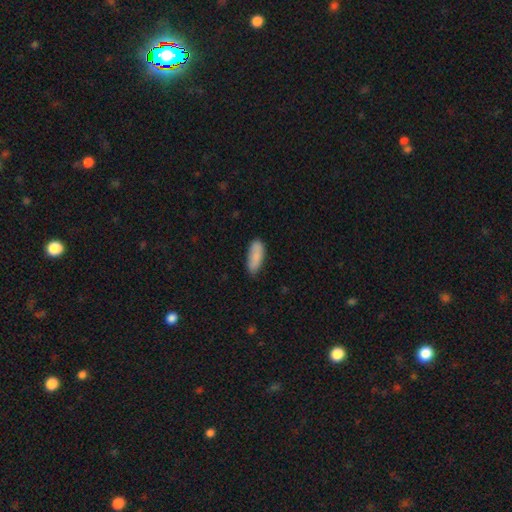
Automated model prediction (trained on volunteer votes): This is clearly a smooth galaxy (86%). How rounded: likely in between (74%). Merging: likely none (69%).